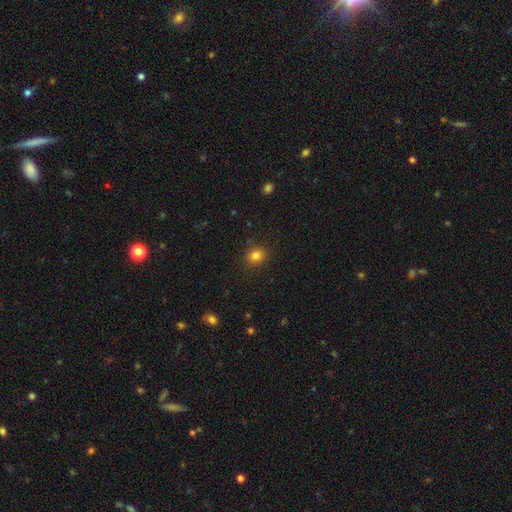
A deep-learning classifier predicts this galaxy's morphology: The model was most divided on "how rounded": round: 64%, in between: 36%, cigar-shaped: 1%. More confident: merging — none (88%); smooth or featured — smooth (82%).